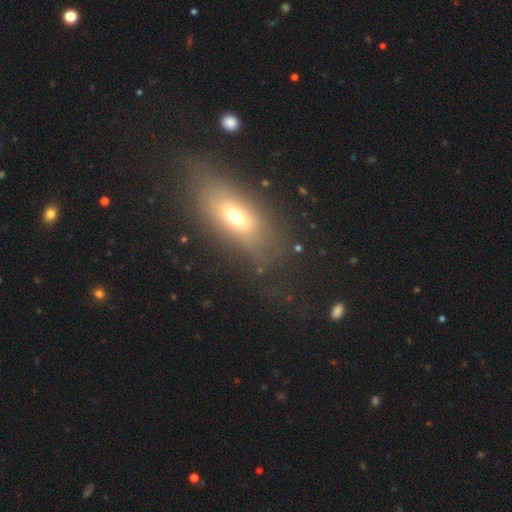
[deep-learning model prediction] The model was most divided on "smooth or featured": smooth: 51%, featured or disk: 31%, star or artifact: 18%. More confident: merging — none (72%); how rounded — in between (69%).